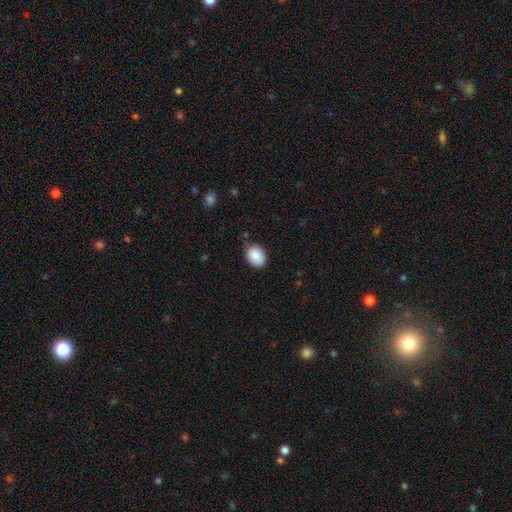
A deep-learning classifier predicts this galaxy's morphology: smooth 89%, star or artifact 7%, featured or disk 4%. Down the decision tree: how rounded — in between (72%); merging — none (81%).